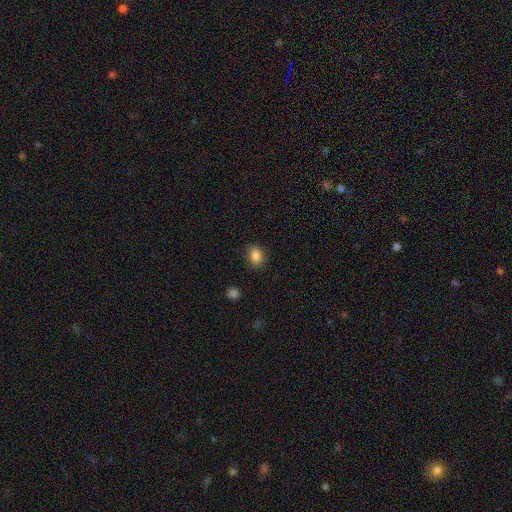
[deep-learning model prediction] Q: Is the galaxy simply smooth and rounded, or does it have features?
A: smooth — 86%.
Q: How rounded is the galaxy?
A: in between — 60%.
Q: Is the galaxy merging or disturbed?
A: none — 85%.